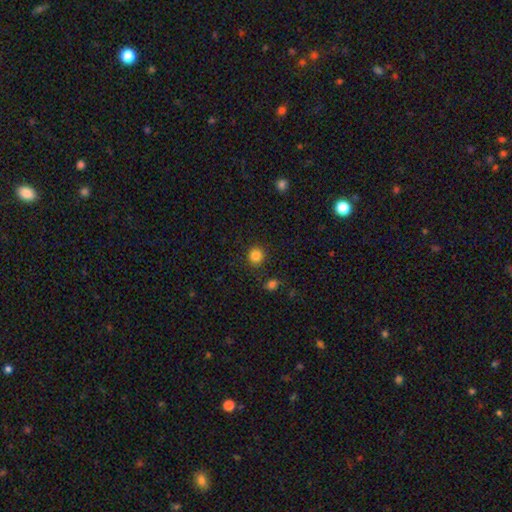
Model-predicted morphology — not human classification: This appears to be a smooth galaxy with no disk features (84%) that is round (90%). Merging: none (86%).